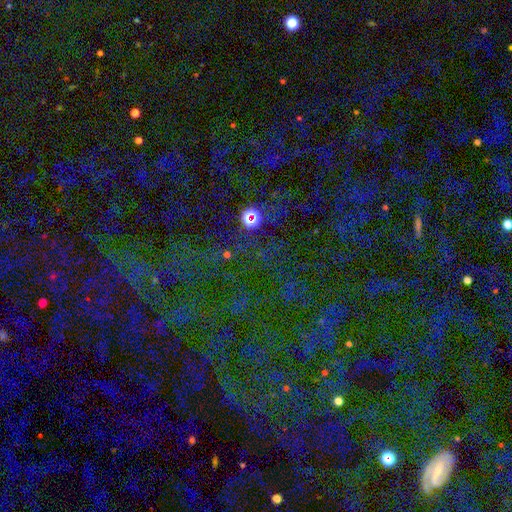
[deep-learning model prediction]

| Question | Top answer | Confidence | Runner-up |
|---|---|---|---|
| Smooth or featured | star or artifact | 77% | smooth (14%) |